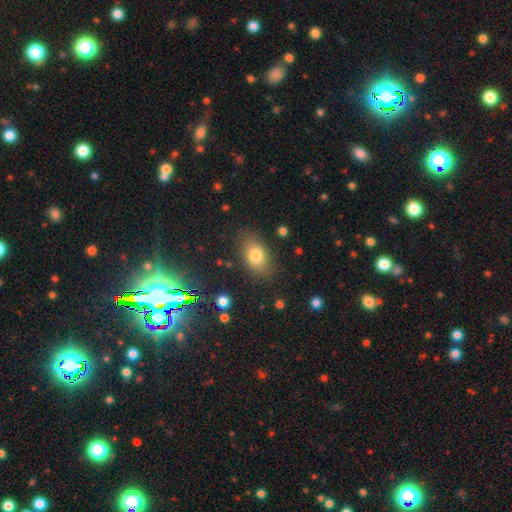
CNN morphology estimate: Smooth or featured: smooth — 79% (featured or disk — 12%)
How rounded: in between — 85% (round — 12%)
Merging: none — 82% (minor disturbance — 12%)